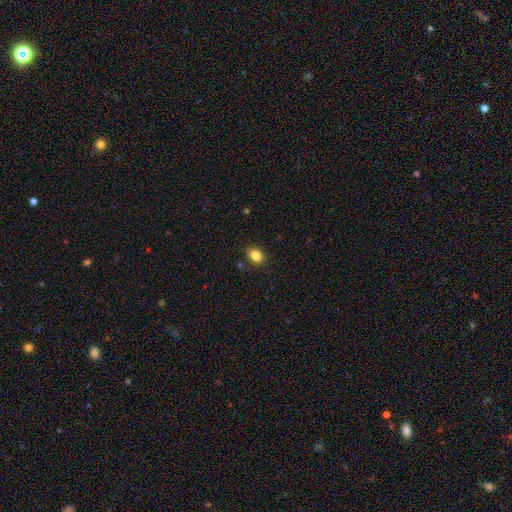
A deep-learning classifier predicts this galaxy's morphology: type=smooth (85%); roundness=in between (67%); merging=none (87%).